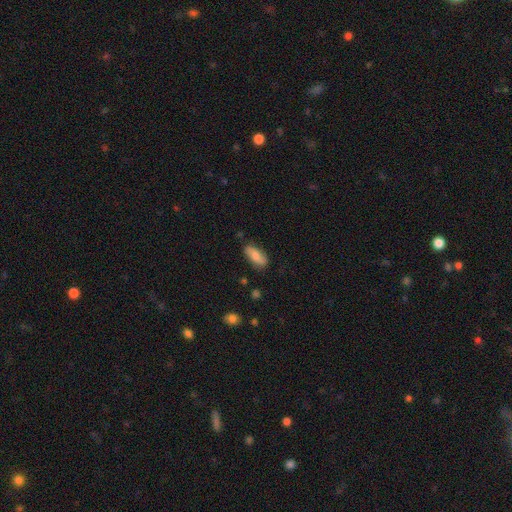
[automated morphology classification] This appears to be a smooth galaxy with no disk features (81%) that is in between round and cigar-shaped (78%). Merging: none (77%).